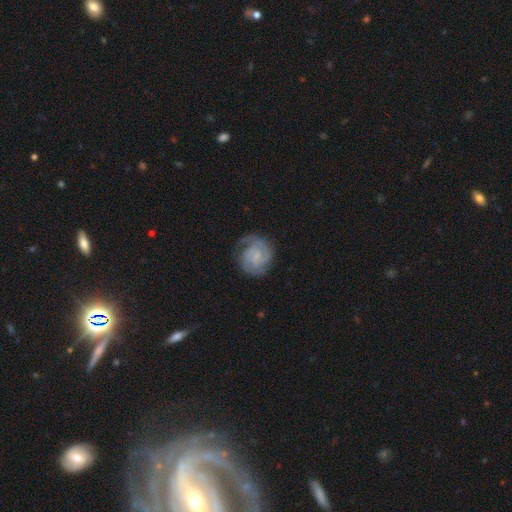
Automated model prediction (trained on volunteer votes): featured or disk 75%, smooth 18%, star or artifact 6%. Down the decision tree: edge-on disk — no (98%); bar — no (61%); spiral arms — yes (94%); spiral arm count — 2 (50%); spiral winding — tight (60%); bulge size — small (61%); merging — none (68%).